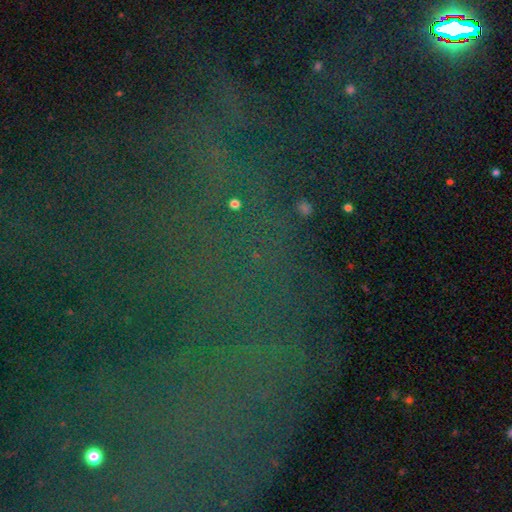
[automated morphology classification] A star or artifact, not a galaxy (79%).